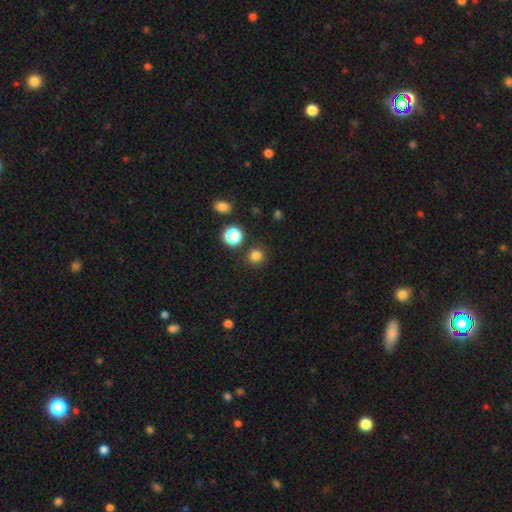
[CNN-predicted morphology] A smooth galaxy with no disk features (79%) that is round (93%).

Vote fractions:
- Smooth or featured? smooth: 79% / star or artifact: 17% / featured or disk: 4%
- How rounded? round: 93% / in between: 7% / cigar-shaped: 1%
- Merging? none: 89% / minor disturbance: 6% / merger: 3% / major disturbance: 2%